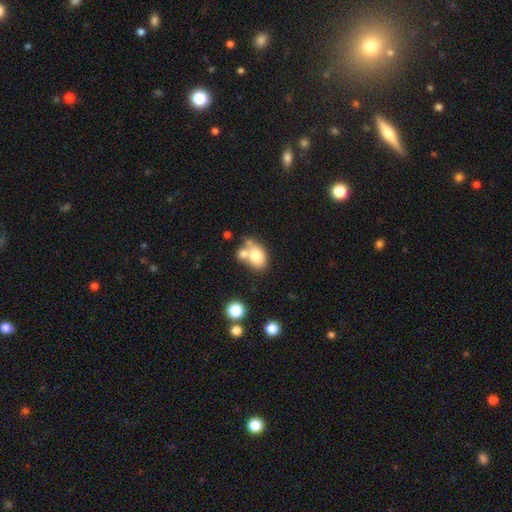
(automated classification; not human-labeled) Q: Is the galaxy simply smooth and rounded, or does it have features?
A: smooth — 73%.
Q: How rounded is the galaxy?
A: in between — 70%.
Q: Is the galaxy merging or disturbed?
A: merger — 46%.